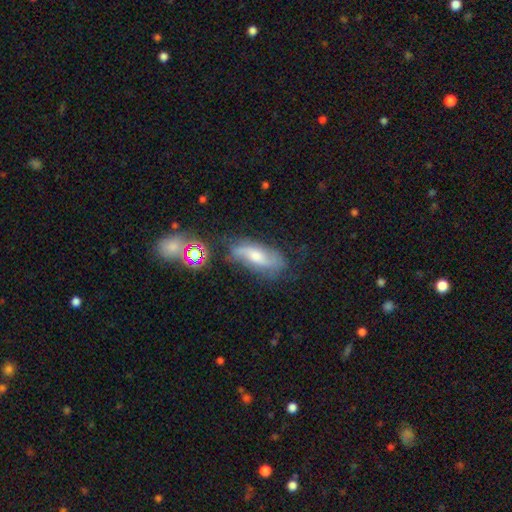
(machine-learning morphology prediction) Smooth or featured? featured or disk (58%)
Edge-on disk? no (84%)
Merging? none (62%)